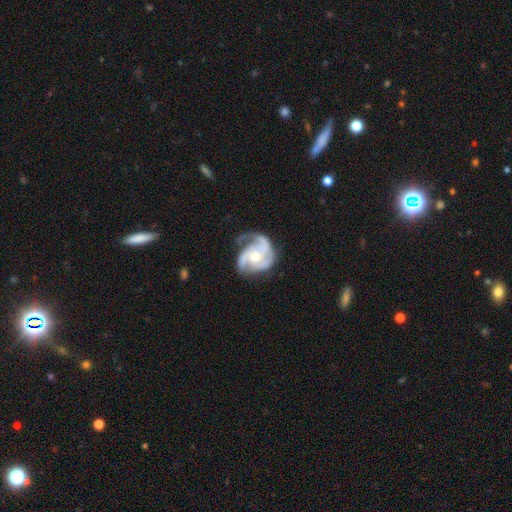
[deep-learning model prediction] Smooth or featured?
  - featured or disk: 88% *
  - smooth: 8%
  - star or artifact: 4%
Edge-on disk?
  - no: 98% *
  - yes: 2%
Bar?
  - no: 71% *
  - weak: 23%
  - strong: 6%
Spiral arms?
  - yes: 96% *
  - no: 4%
Spiral winding?
  - medium: 47% *
  - tight: 39%
  - loose: 14%
Spiral arm count?
  - 3: 62% *
  - 2: 16%
  - can't tell: 8%
  - 4: 7%
  - 1: 4%
  - more than 4: 3%
Bulge size?
  - moderate: 63% *
  - small: 31%
  - large: 3%
  - none: 1%
  - dominant: 1%
Merging?
  - none: 56% *
  - minor disturbance: 25%
  - major disturbance: 17%
  - merger: 2%